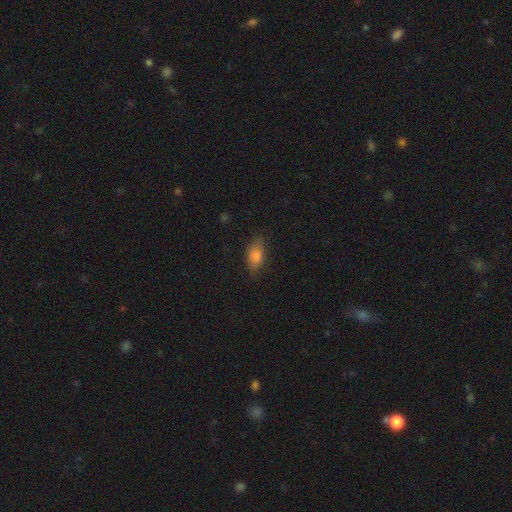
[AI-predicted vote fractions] Q: Smooth or featured?
A: smooth (81%); runner-up: star or artifact (10%)
Q: How rounded?
A: in between (86%); runner-up: round (7%)
Q: Merging?
A: none (78%); runner-up: minor disturbance (17%)